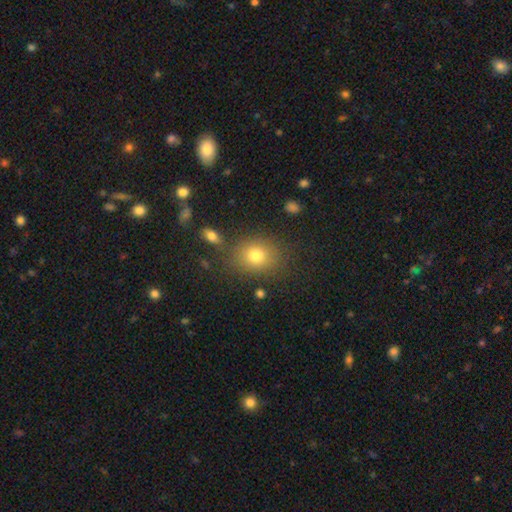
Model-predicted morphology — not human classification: Overall: smooth (78%). How rounded: round (58%; in between 41%). Merging: none (80%).